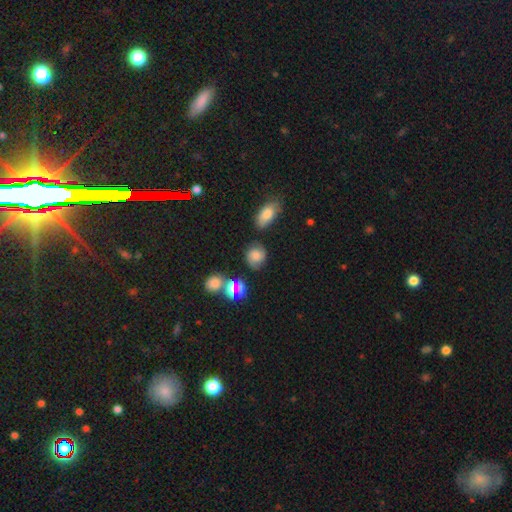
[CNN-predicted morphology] Q: Smooth or featured?
A: smooth (54%); runner-up: featured or disk (31%)
Q: How rounded?
A: round (68%); runner-up: in between (31%)
Q: Merging?
A: none (68%); runner-up: minor disturbance (19%)